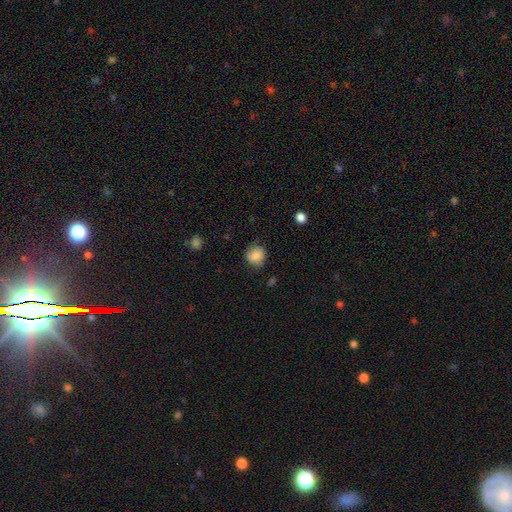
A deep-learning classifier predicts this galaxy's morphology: This is clearly a smooth galaxy (84%). How rounded: clearly round (81%). Merging: likely none (77%).